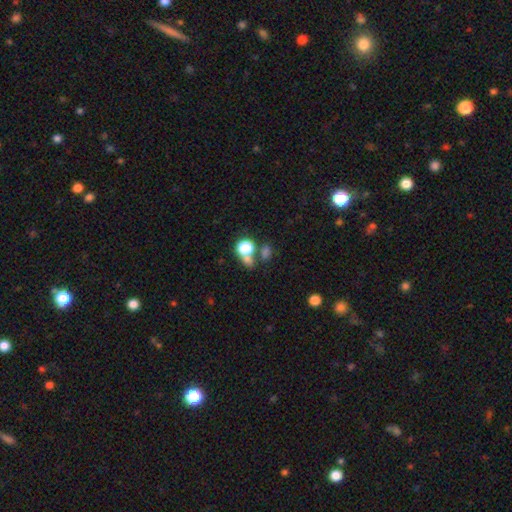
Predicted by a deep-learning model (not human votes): smooth 44%, star or artifact 39%, featured or disk 17%. Down the decision tree: merging — none (52%).